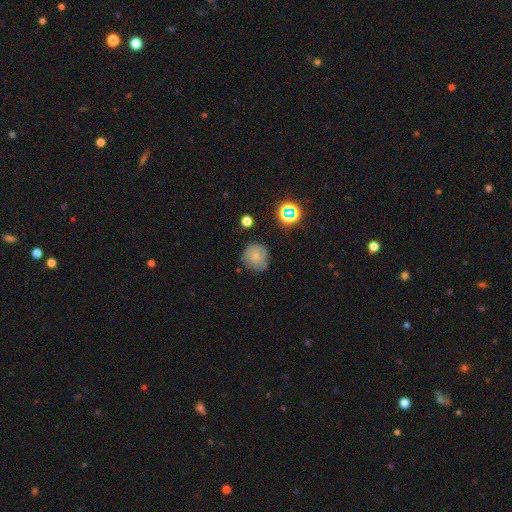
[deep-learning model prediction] Smooth or featured?
  - smooth: 67% *
  - featured or disk: 19%
  - star or artifact: 13%
How rounded?
  - round: 90% *
  - in between: 9%
  - cigar-shaped: 1%
Merging?
  - none: 73% *
  - minor disturbance: 19%
  - major disturbance: 5%
  - merger: 2%